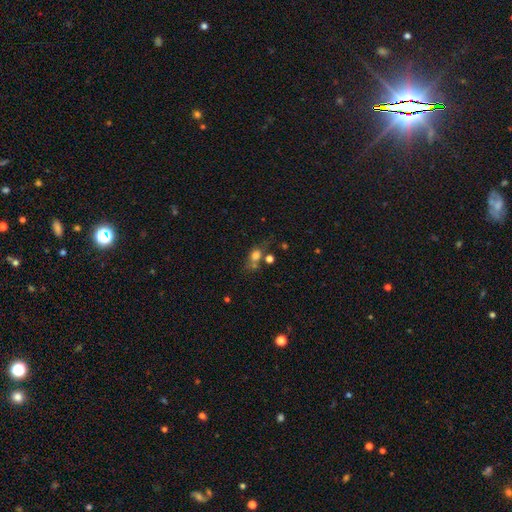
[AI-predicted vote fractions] A smooth galaxy with no disk features (66%) that is in between round and cigar-shaped (53%).

Vote fractions:
- Smooth or featured? smooth: 66% / featured or disk: 18% / star or artifact: 16%
- How rounded? in between: 53% / round: 41% / cigar-shaped: 6%
- Merging? none: 40% / merger: 28% / minor disturbance: 18% / major disturbance: 15%